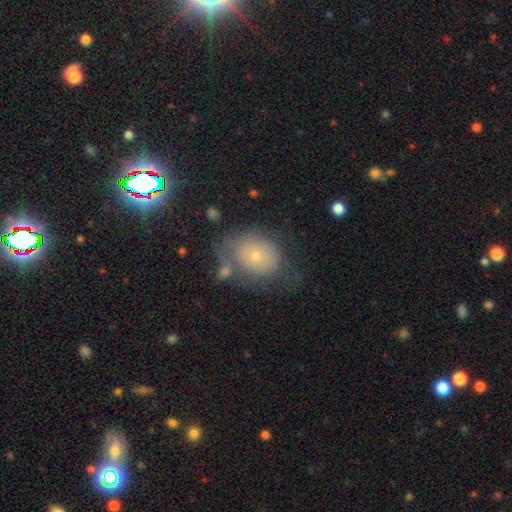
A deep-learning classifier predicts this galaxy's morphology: A smooth galaxy with no disk features (59%) that is round (54%).

Vote fractions:
- Smooth or featured? smooth: 59% / featured or disk: 28% / star or artifact: 13%
- How rounded? round: 54% / in between: 45% / cigar-shaped: 1%
- Merging? none: 53% / minor disturbance: 22% / major disturbance: 15% / merger: 10%